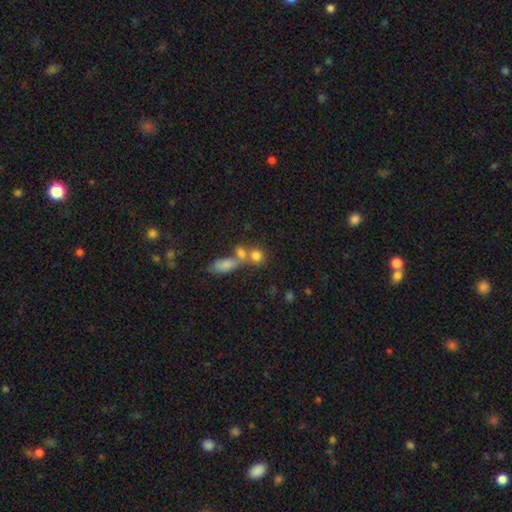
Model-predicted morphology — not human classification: smooth_or_featured: smooth (p=0.77) [alt: star or artifact p=0.12]
how_rounded: round (p=0.69) [alt: in between p=0.27]
merging: none (p=0.43) [tied with: merger p=0.43]